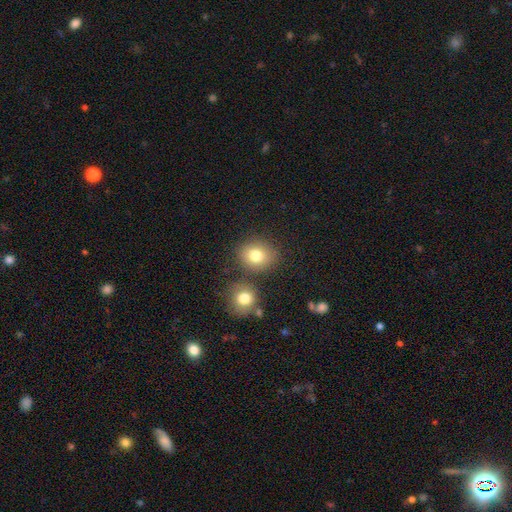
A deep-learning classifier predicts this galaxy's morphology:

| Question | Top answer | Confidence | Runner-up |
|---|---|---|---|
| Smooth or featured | smooth | 79% | star or artifact (12%) |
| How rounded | round | 76% | in between (23%) |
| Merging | none | 72% | merger (14%) |